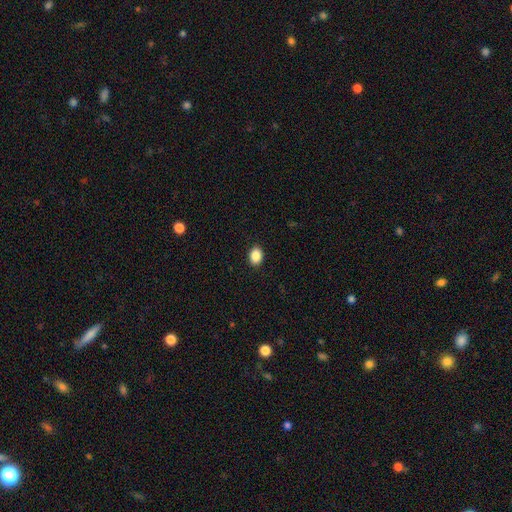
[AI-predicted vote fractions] Smooth or featured? Predicted: smooth (p=0.88). How rounded? Predicted: in between (p=0.68). Merging? Predicted: none (p=0.91).